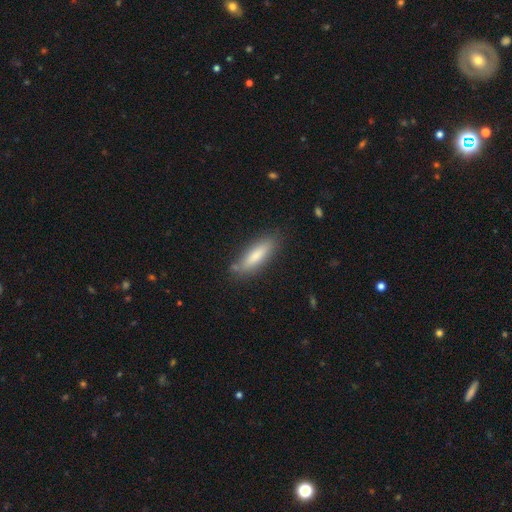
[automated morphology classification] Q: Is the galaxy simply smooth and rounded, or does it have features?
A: smooth — 79%.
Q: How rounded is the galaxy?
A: cigar-shaped — 60%.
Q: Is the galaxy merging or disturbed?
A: none — 81%.